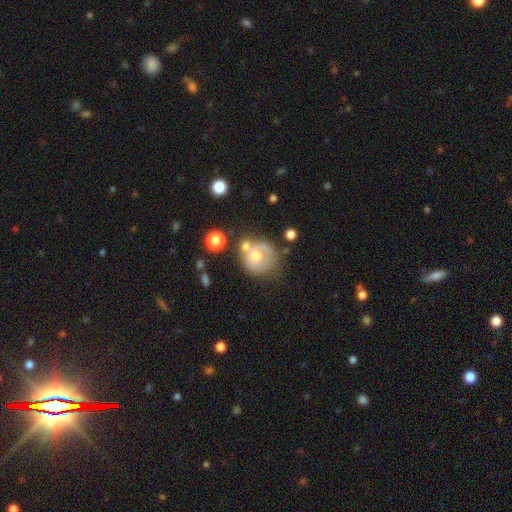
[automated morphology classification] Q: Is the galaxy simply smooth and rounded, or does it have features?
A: smooth — 51%.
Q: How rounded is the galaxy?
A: round — 81%.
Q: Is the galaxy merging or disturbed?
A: none — 44%.